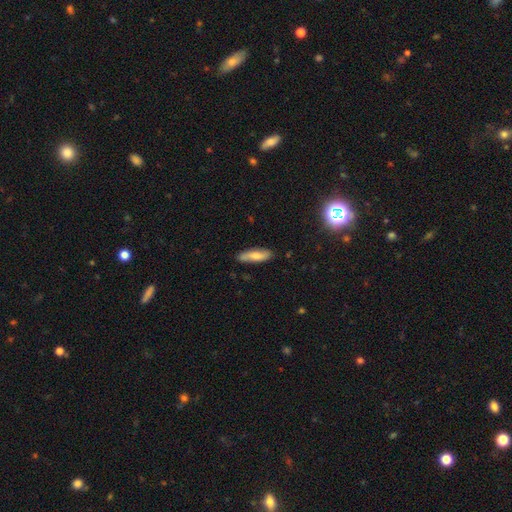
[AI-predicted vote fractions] smooth_or_featured: smooth (p=0.69) [alt: featured or disk p=0.24]
how_rounded: cigar-shaped (p=0.55) [alt: in between p=0.43]
merging: none (p=0.83) [alt: minor disturbance p=0.13]